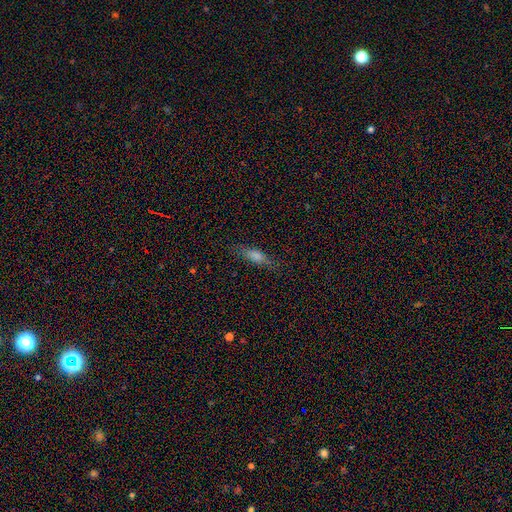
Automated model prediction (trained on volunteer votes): The model was most divided on "how rounded": cigar-shaped: 55%, in between: 42%, round: 3%. More confident: merging — none (79%); smooth or featured — smooth (61%).